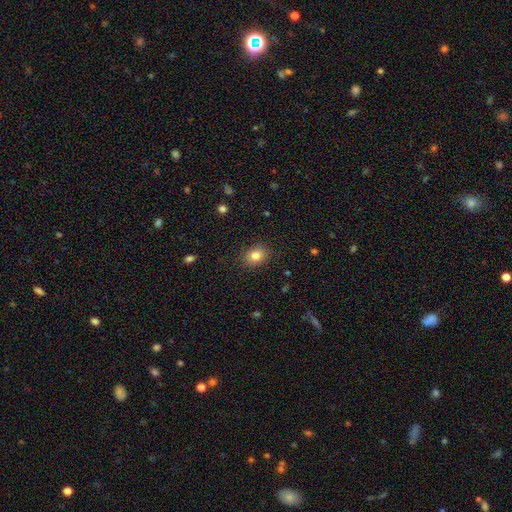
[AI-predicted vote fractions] Q: Smooth or featured?
A: smooth (82%); runner-up: star or artifact (11%)
Q: How rounded?
A: in between (50%); runner-up: round (49%)
Q: Merging?
A: none (87%); runner-up: minor disturbance (9%)